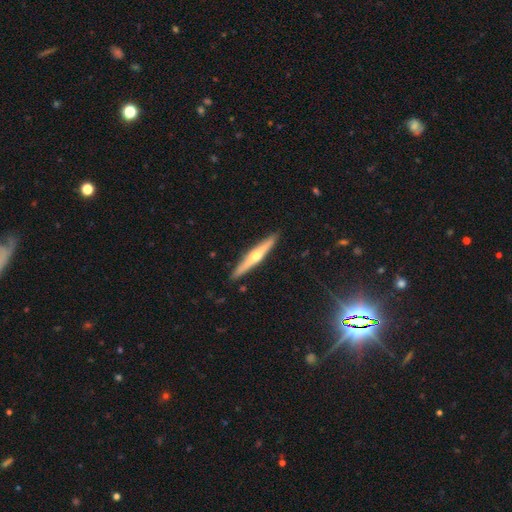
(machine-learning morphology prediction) Overall: featured or disk (67%; smooth 28%). Edge-on disk: yes (97%). Edge-on bulge: rounded (90%). Merging: none (91%).